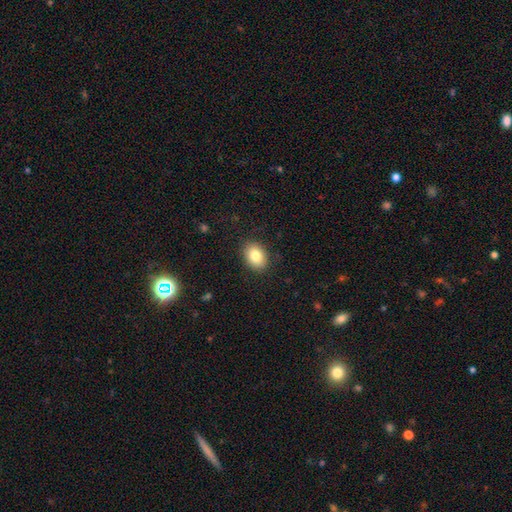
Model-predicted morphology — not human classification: Smooth or featured: smooth — 82% (featured or disk — 9%)
How rounded: in between — 72% (round — 27%)
Merging: none — 88% (minor disturbance — 9%)